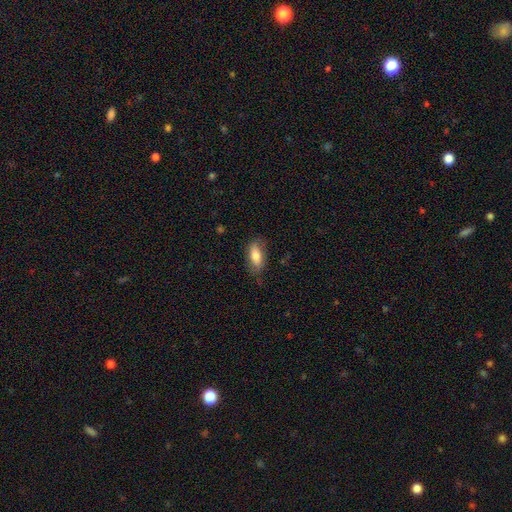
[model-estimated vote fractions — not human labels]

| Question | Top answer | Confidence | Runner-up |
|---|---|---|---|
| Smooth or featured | smooth | 76% | featured or disk (17%) |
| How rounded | in between | 82% | cigar-shaped (14%) |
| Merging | none | 74% | minor disturbance (19%) |